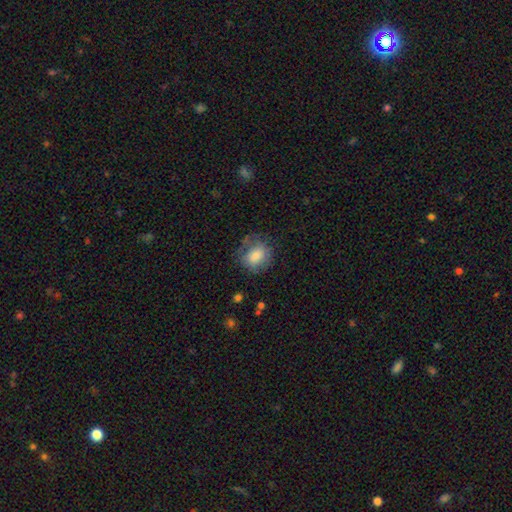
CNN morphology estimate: This is likely a smooth galaxy (76%). How rounded: possibly round (58%). Merging: likely none (63%).